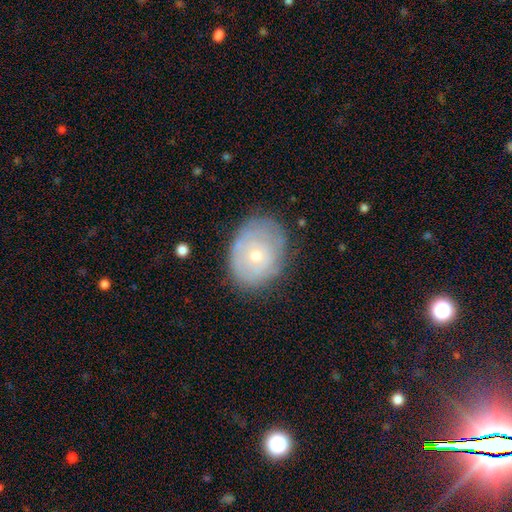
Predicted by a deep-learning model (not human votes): The model was most divided on "smooth or featured": featured or disk: 48%, smooth: 44%, star or artifact: 8%. More confident: merging — none (71%).